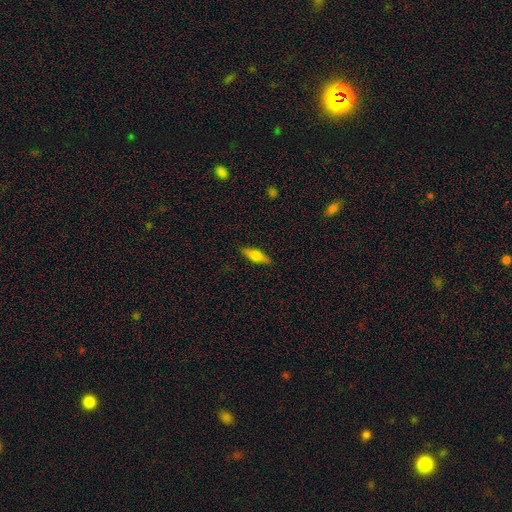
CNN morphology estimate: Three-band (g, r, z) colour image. It shows a smooth galaxy with no disk features (50%). Merging: none (88%).